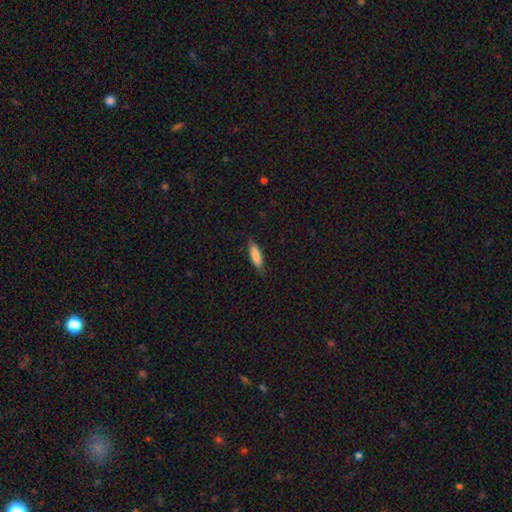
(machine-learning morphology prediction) A smooth galaxy with no disk features (85%) that is cigar-shaped (55%). Merging: none (82%).